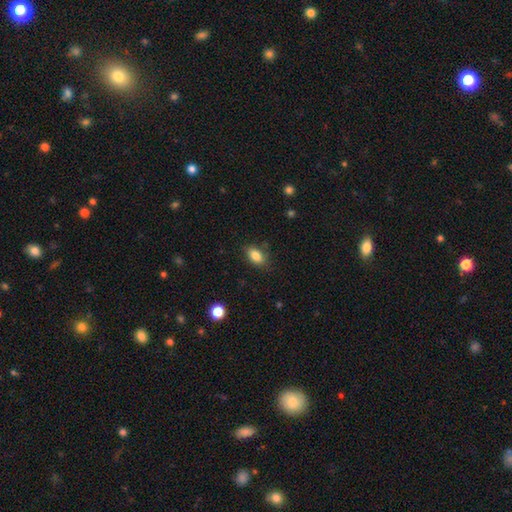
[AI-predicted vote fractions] The model was most divided on "merging": none: 81%, minor disturbance: 14%, major disturbance: 3%, merger: 2%. More confident: how rounded — in between (88%); smooth or featured — smooth (84%).